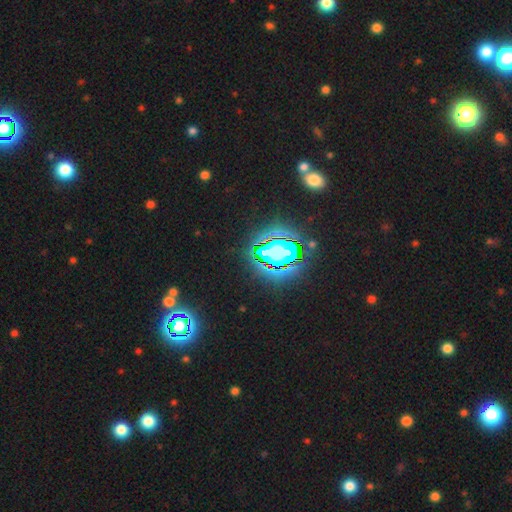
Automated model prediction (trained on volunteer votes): Smooth or featured: star or artifact — 74% (smooth — 15%)